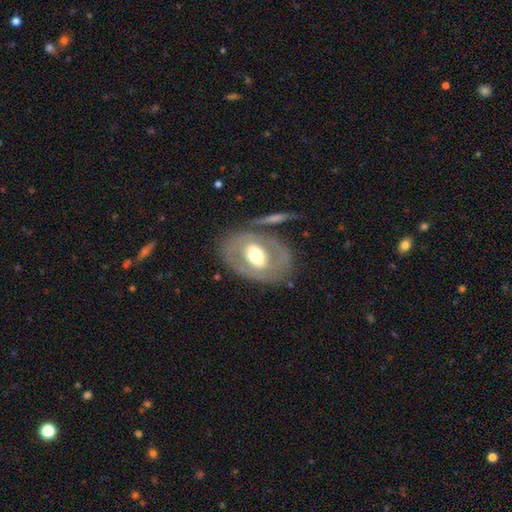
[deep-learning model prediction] A featured or disk galaxy (58%) with no bar (48%), no spiral arms (75%) and a moderate central bulge (59%).

Vote fractions:
- Smooth or featured? featured or disk: 58% / smooth: 36% / star or artifact: 6%
- Edge-on disk? no: 91% / yes: 9%
- Bar? no: 48% / weak: 29% / strong: 23%
- Spiral arms? no: 75% / yes: 25%
- Bulge size? moderate: 59% / large: 31% / small: 6% / dominant: 3% / none: 1%
- Merging? none: 71% / minor disturbance: 14% / major disturbance: 8% / merger: 7%